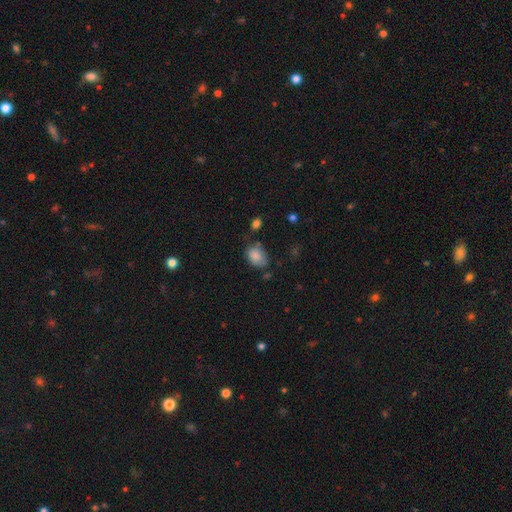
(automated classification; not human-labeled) Smooth or featured?
  - smooth: 86% *
  - star or artifact: 8%
  - featured or disk: 6%
How rounded?
  - in between: 79% *
  - round: 20%
  - cigar-shaped: 1%
Merging?
  - none: 63% *
  - minor disturbance: 25%
  - major disturbance: 6%
  - merger: 5%